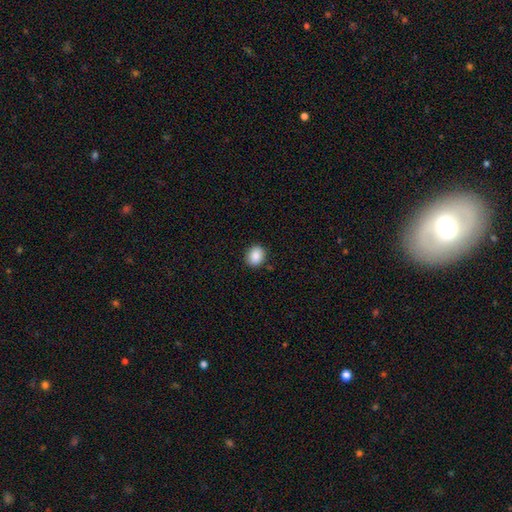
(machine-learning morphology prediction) Smooth or featured?
  - smooth: 88% *
  - star or artifact: 8%
  - featured or disk: 4%
How rounded?
  - round: 61% *
  - in between: 38%
  - cigar-shaped: 1%
Merging?
  - none: 88% *
  - minor disturbance: 9%
  - major disturbance: 2%
  - merger: 1%